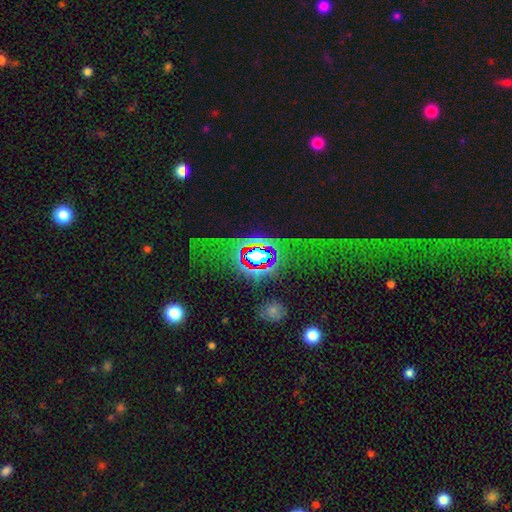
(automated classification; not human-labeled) Smooth or featured: star or artifact — 63% (featured or disk — 20%)